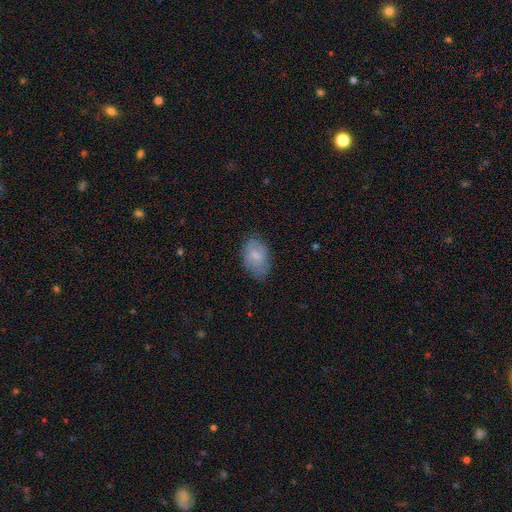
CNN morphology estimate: Smooth or featured? smooth (65%)
How rounded? in between (89%)
Merging? none (70%)